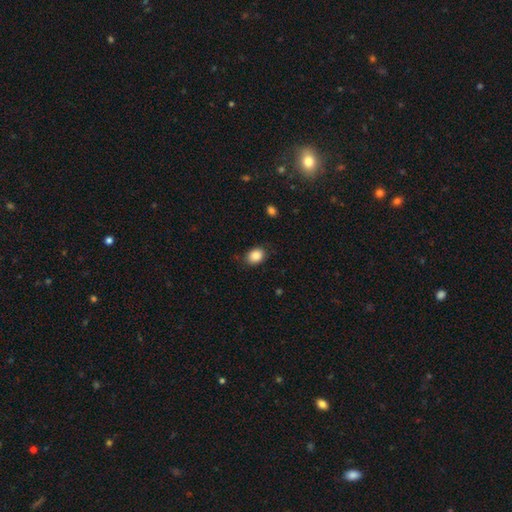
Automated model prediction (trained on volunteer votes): This appears to be a smooth galaxy with no disk features (87%) that is in between round and cigar-shaped (65%). Merging: none (82%).